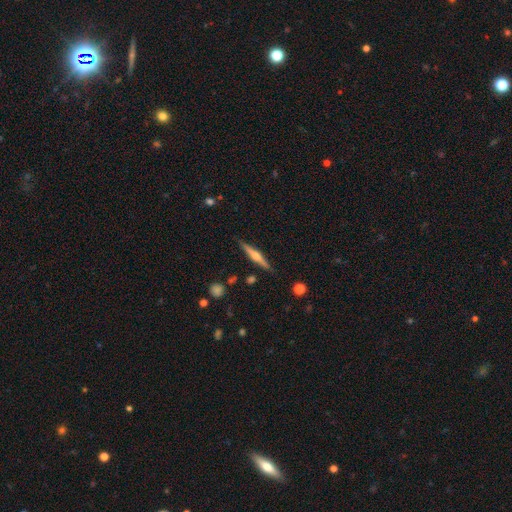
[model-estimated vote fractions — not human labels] Morphology: type=featured or disk (65%); edge-on=yes (98%); edge-on bulge=rounded (79%); merging=none (89%).